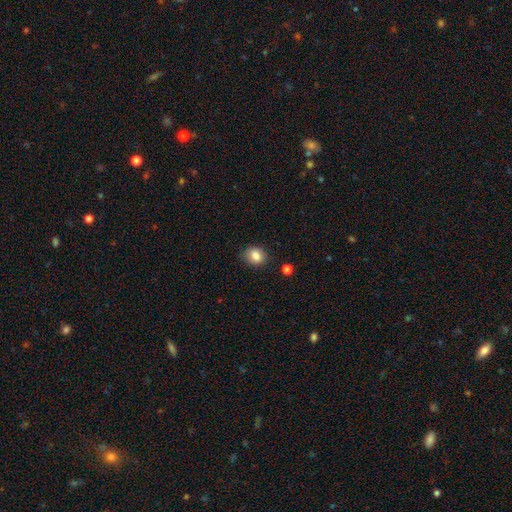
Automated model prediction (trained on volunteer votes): This is clearly a smooth galaxy (84%). How rounded: possibly round (58%). Merging: likely none (80%).